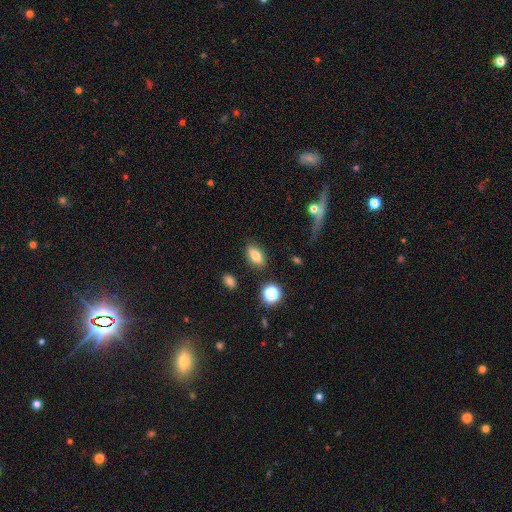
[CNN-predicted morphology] The model was most divided on "smooth or featured": smooth: 74%, featured or disk: 14%, star or artifact: 12%. More confident: how rounded — in between (87%); merging — none (83%).